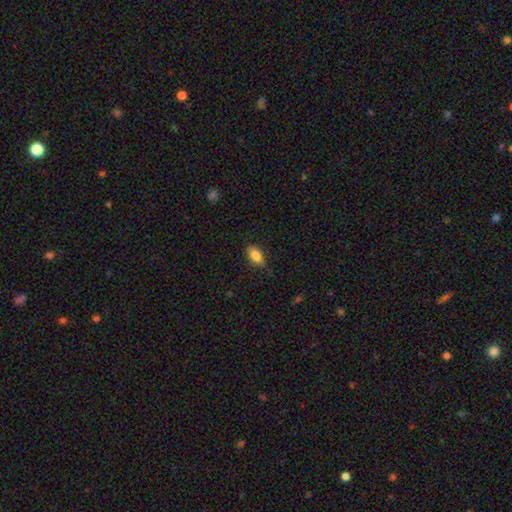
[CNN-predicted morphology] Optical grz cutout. It shows a smooth galaxy with no disk features (82%) that is in between round and cigar-shaped (88%). Merging: none (81%).